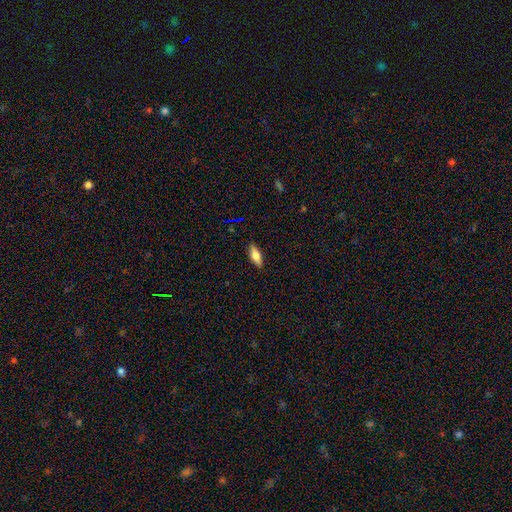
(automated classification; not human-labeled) Smooth or featured: smooth — 75% (featured or disk — 18%)
How rounded: in between — 73% (cigar-shaped — 24%)
Merging: none — 87% (minor disturbance — 10%)